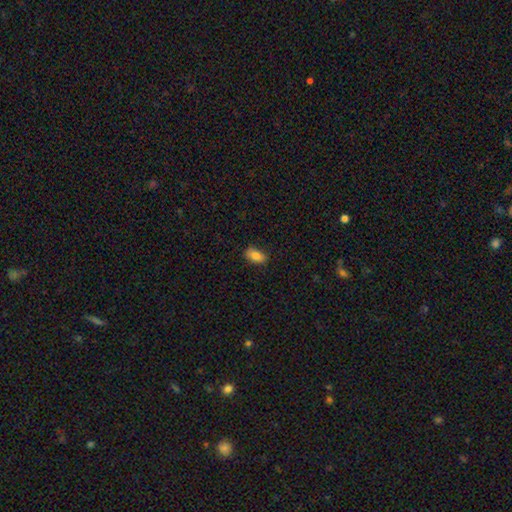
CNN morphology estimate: type=smooth (81%); roundness=in between (89%); merging=none (81%).